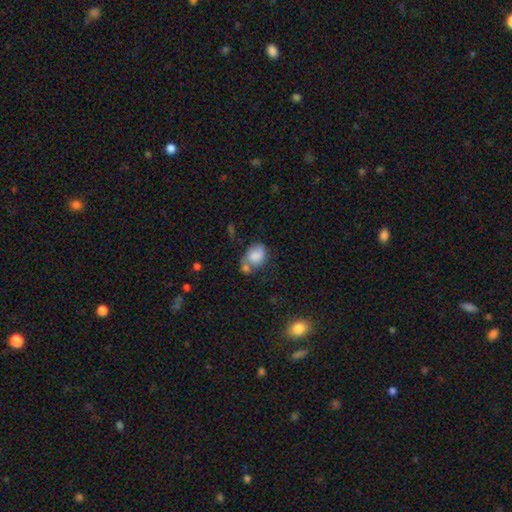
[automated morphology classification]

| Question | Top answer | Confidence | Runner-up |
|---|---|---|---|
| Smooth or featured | smooth | 79% | featured or disk (13%) |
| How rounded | in between | 64% | round (35%) |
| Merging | none | 40% | merger (29%) |